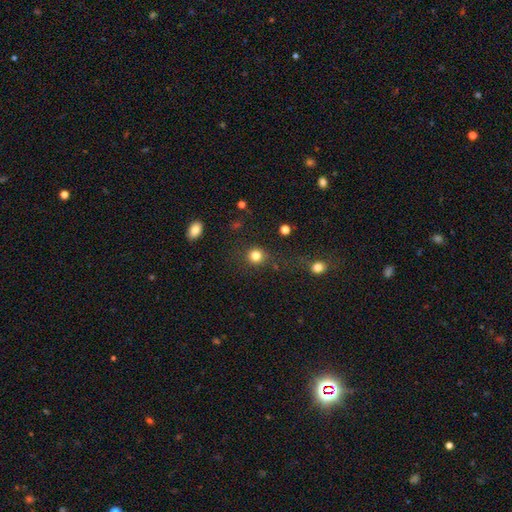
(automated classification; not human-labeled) Smooth or featured? smooth (83%)
How rounded? round (91%)
Merging? none (82%)